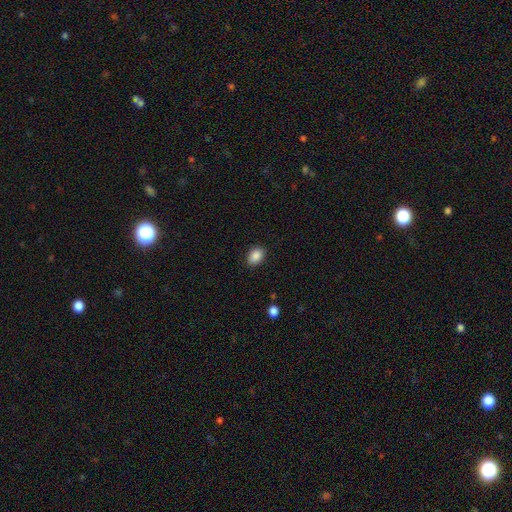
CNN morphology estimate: Overall: smooth (88%). How rounded: in between (76%). Merging: none (86%).